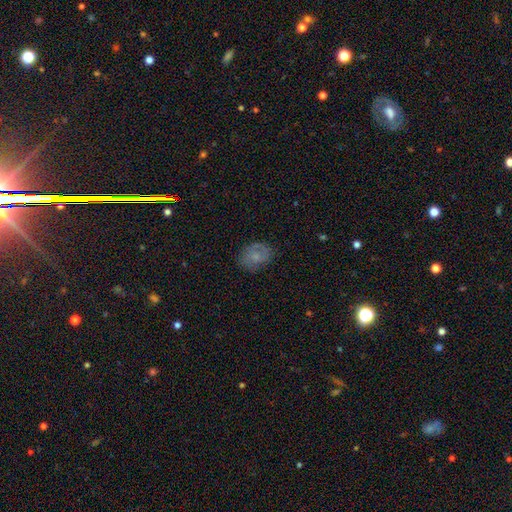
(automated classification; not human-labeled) Smooth or featured: smooth — 63% (featured or disk — 26%)
How rounded: in between — 66% (round — 33%)
Merging: none — 75% (minor disturbance — 18%)